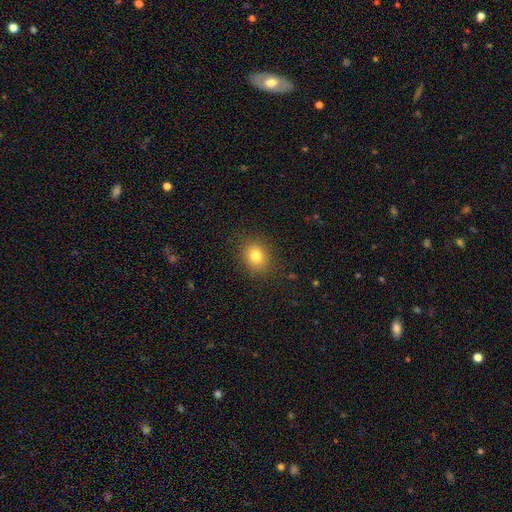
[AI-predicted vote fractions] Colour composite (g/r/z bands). It shows a smooth galaxy with no disk features (81%) that is round (57%). Merging: none (86%).